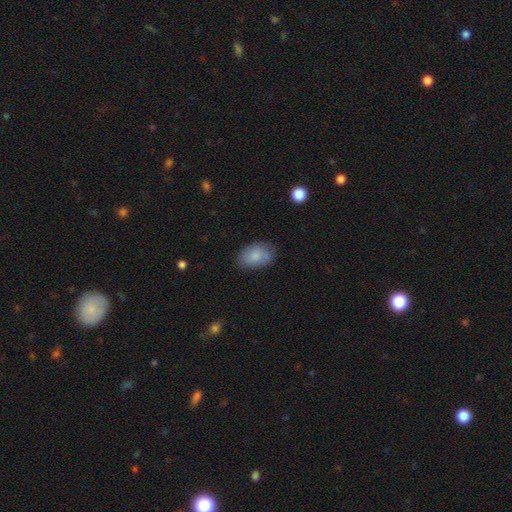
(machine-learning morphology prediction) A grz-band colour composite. It shows a smooth galaxy with no disk features (75%) that is in between round and cigar-shaped (86%). Merging: none (77%).